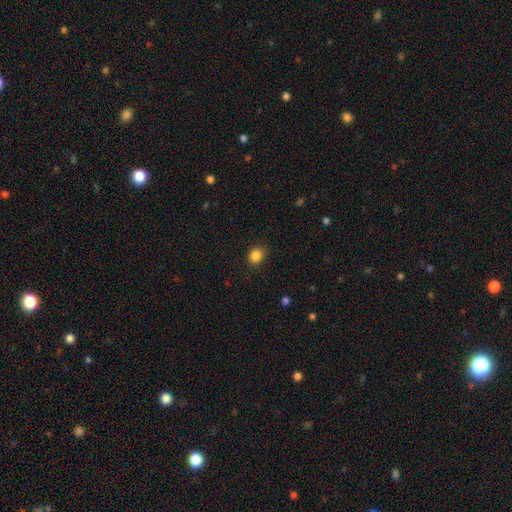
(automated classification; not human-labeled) Morphology: type=smooth (85%); roundness=round (73%); merging=none (86%).